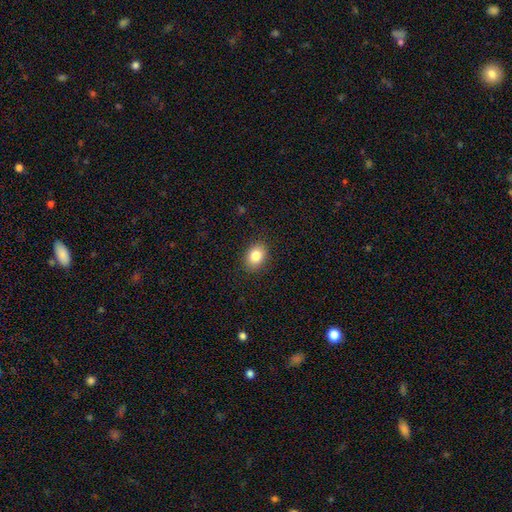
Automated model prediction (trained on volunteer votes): Smooth or featured? smooth (85%)
How rounded? in between (70%)
Merging? none (87%)